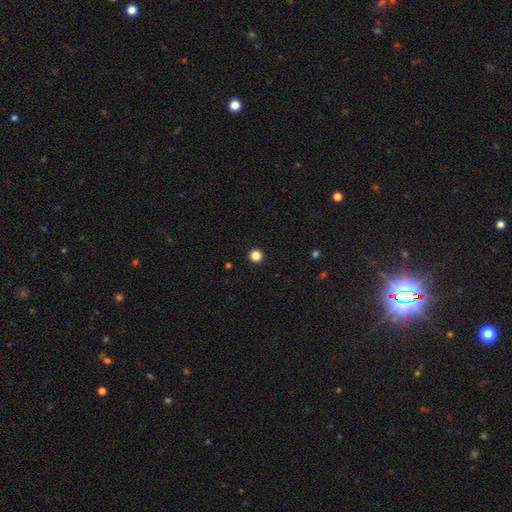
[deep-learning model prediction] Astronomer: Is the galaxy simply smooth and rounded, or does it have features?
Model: smooth — 85%.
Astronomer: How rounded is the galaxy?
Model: round — 96%.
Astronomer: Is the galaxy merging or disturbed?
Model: none — 94%.